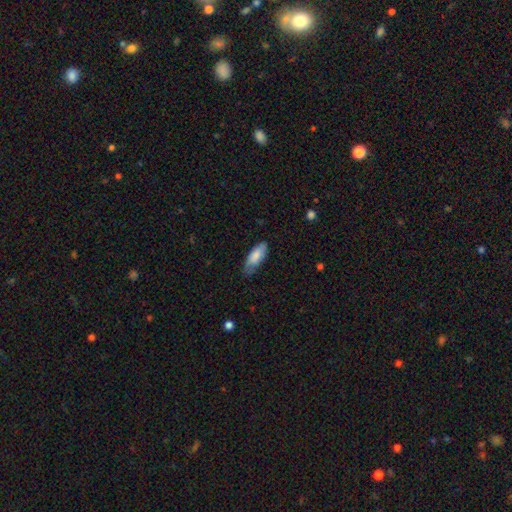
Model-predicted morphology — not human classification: Smooth or featured?
  - smooth: 81% *
  - featured or disk: 13%
  - star or artifact: 6%
How rounded?
  - in between: 79% *
  - cigar-shaped: 19%
  - round: 2%
Merging?
  - none: 62% *
  - minor disturbance: 30%
  - major disturbance: 6%
  - merger: 1%